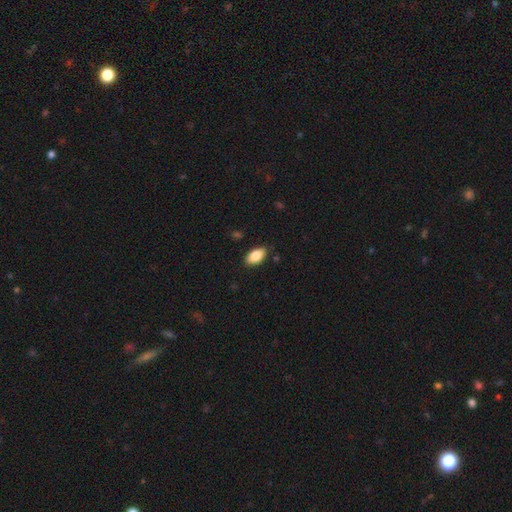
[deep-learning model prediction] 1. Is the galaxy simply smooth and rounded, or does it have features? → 85% smooth, 8% featured or disk, 7% star or artifact.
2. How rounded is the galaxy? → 93% in between, 4% round, 3% cigar-shaped.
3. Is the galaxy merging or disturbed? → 86% none, 11% minor disturbance, 2% major disturbance, 1% merger.